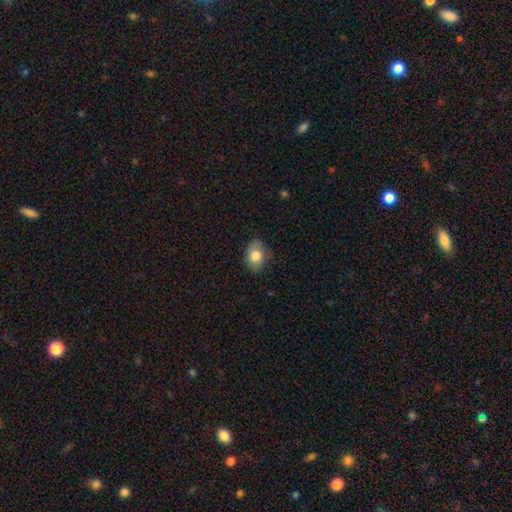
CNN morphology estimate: The model was most divided on "how rounded": in between: 77%, round: 22%, cigar-shaped: 1%. More confident: smooth or featured — smooth (79%); merging — none (75%).